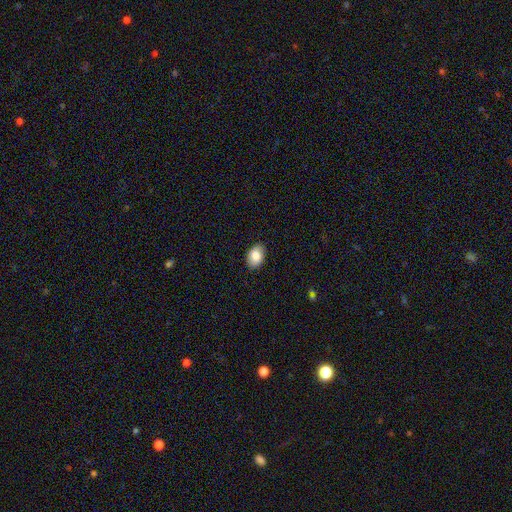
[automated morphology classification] Smooth or featured? Predicted: smooth (p=0.84). How rounded? Predicted: in between (p=0.85). Merging? Predicted: none (p=0.86).